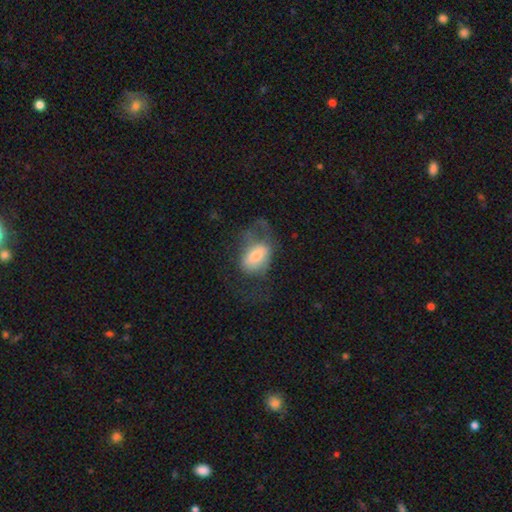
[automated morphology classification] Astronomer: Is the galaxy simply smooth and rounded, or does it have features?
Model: smooth — 58% (runner-up: featured or disk, 34%).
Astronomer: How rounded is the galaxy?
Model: in between — 83%.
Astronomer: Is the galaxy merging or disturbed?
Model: major disturbance — 42% (runner-up: none, 33%).